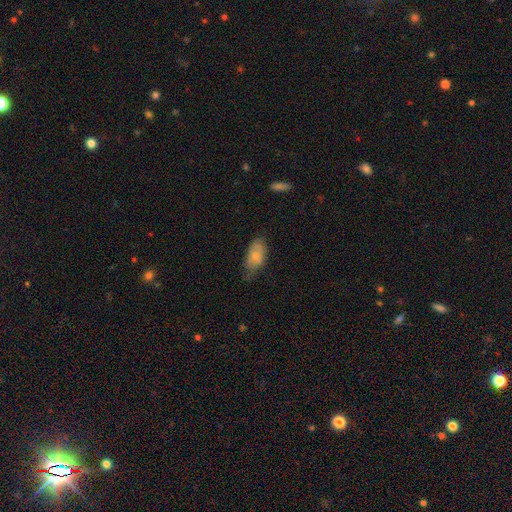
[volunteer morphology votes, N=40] type=smooth (80%); roundness=in between (88%); merging=none (71%).